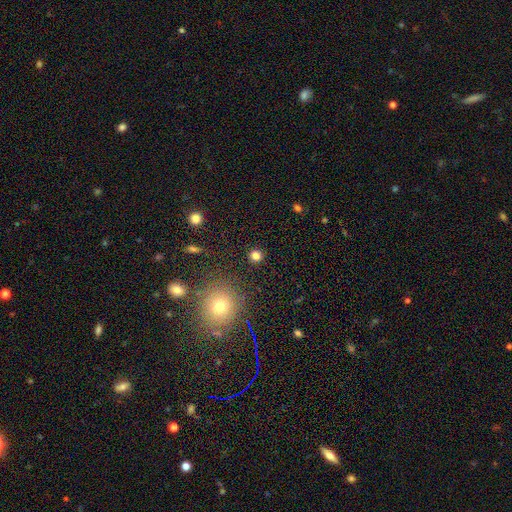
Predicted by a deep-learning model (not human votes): smooth-or-featured: smooth: 80% | star or artifact: 15% | featured or disk: 5%
  how-rounded: round: 92% | in between: 7% | cigar-shaped: 1%
  merging: none: 90% | minor disturbance: 6% | major disturbance: 2% | merger: 2%